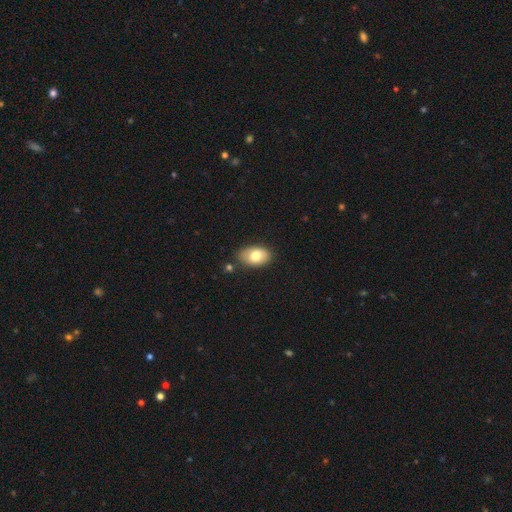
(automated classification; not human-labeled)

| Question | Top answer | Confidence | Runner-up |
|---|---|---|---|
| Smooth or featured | smooth | 76% | featured or disk (17%) |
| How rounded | in between | 91% | round (8%) |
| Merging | none | 80% | minor disturbance (14%) |